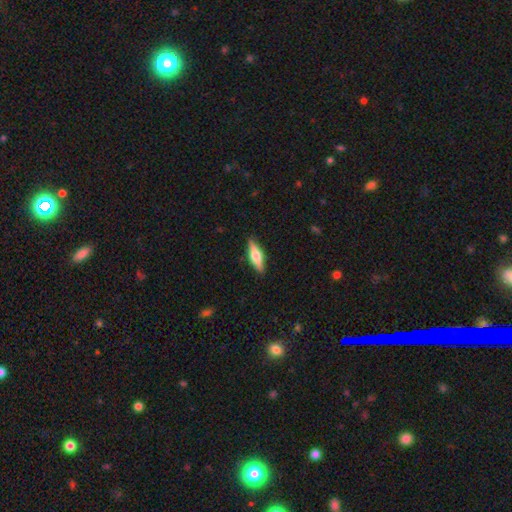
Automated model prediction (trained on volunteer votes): A featured or disk galaxy (54%) viewed edge-on (96%) with a rounded central bulge (89%).

Vote fractions:
- Smooth or featured? featured or disk: 54% / smooth: 40% / star or artifact: 6%
- Edge-on disk? yes: 96% / no: 4%
- Edge-on bulge? rounded: 89% / boxy: 9% / none: 3%
- Merging? none: 89% / minor disturbance: 8% / major disturbance: 2% / merger: 1%